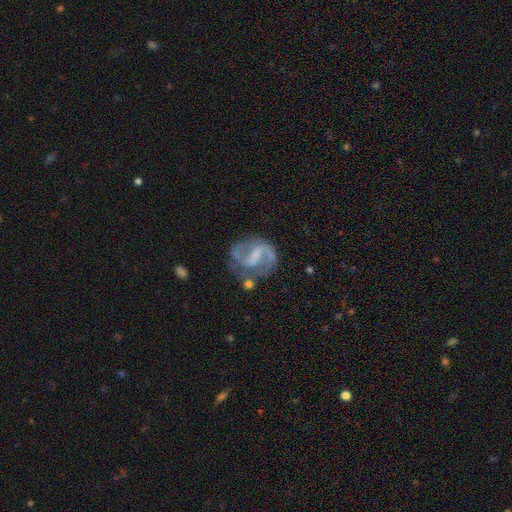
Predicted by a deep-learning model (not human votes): This is clearly a featured or disk galaxy (83%). It is clearly not viewed edge-on (98%). Bar: marginally strong (43%, tied with weak). Spiral arm pattern: clearly yes (92%). Spiral arm count: clearly 2 (86%). Spiral winding: possibly medium (50%). Central bulge: possibly none (46%). Merging: likely none (63%).